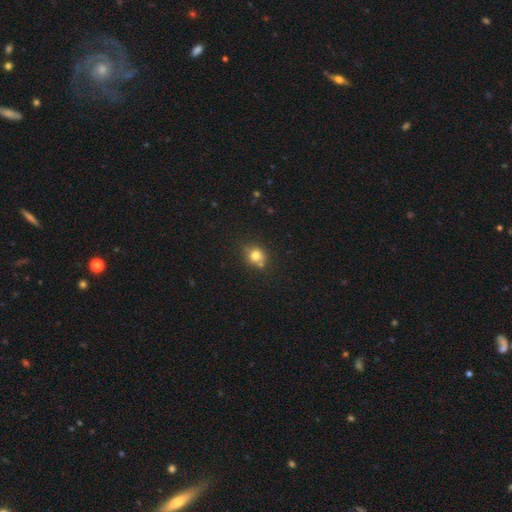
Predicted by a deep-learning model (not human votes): This appears to be a smooth galaxy with no disk features (76%) that is round (79%). Merging: none (65%).